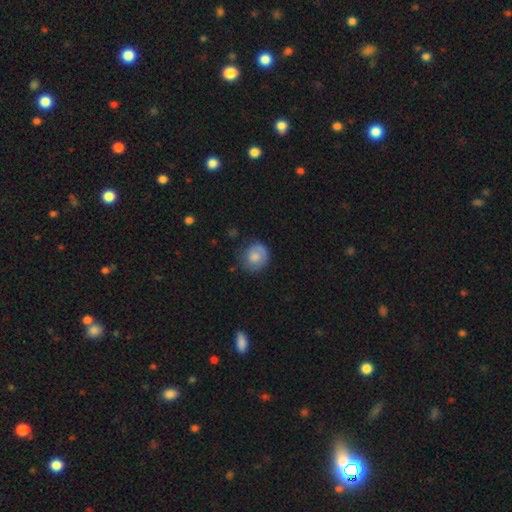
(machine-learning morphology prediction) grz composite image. It shows a smooth galaxy with no disk features (66%) that is round (81%). Merging: none (66%).